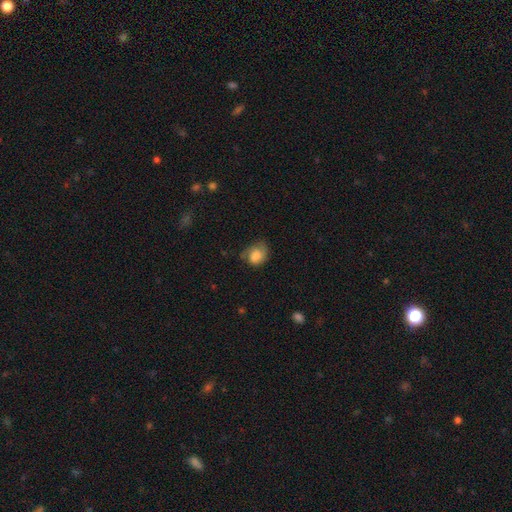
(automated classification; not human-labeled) Smooth or featured: smooth — 72% (featured or disk — 20%)
How rounded: in between — 51% (round — 48%)
Merging: none — 48% (minor disturbance — 34%)